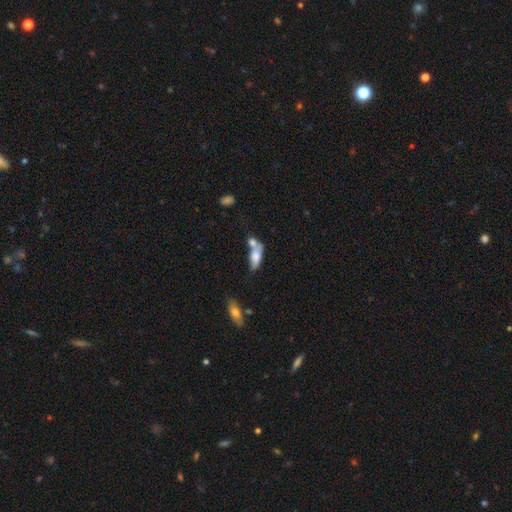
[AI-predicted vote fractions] Overall: smooth (67%). How rounded: in between (77%). Merging: merger (48%; none 26%).